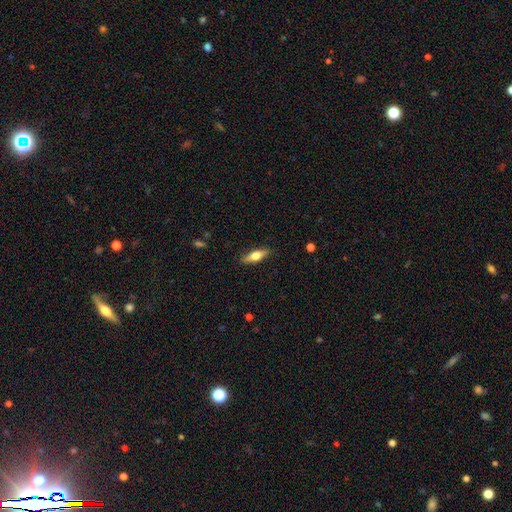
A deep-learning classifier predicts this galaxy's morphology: Q: Smooth or featured?
A: smooth (50%); runner-up: featured or disk (44%)
Q: Merging?
A: none (88%); runner-up: minor disturbance (9%)